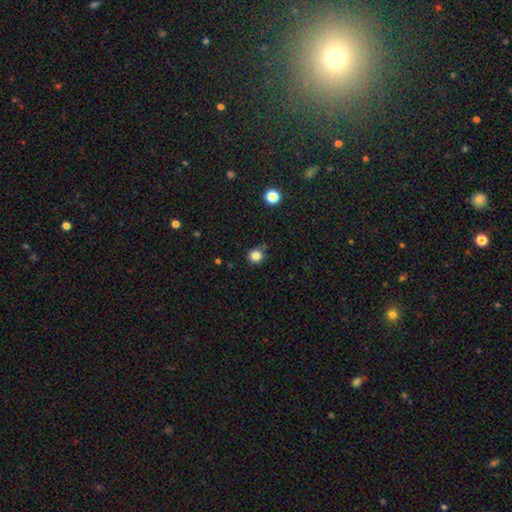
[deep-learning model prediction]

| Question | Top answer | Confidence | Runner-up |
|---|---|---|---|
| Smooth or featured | smooth | 83% | star or artifact (13%) |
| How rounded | round | 93% | in between (6%) |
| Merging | none | 82% | minor disturbance (12%) |